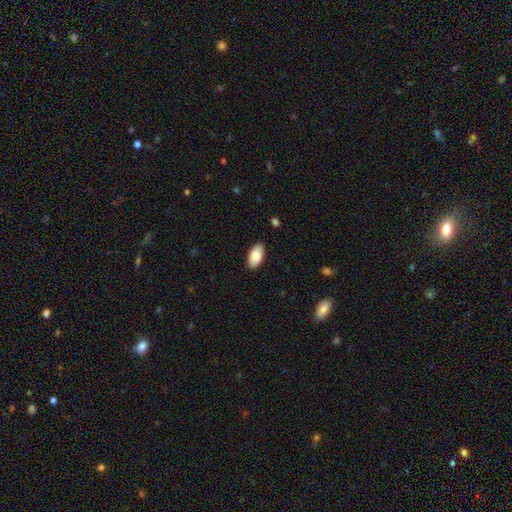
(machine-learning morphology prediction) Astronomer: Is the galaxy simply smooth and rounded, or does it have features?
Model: smooth — 85%.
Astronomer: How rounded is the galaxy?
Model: in between — 95%.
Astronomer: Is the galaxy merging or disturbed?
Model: none — 87%.